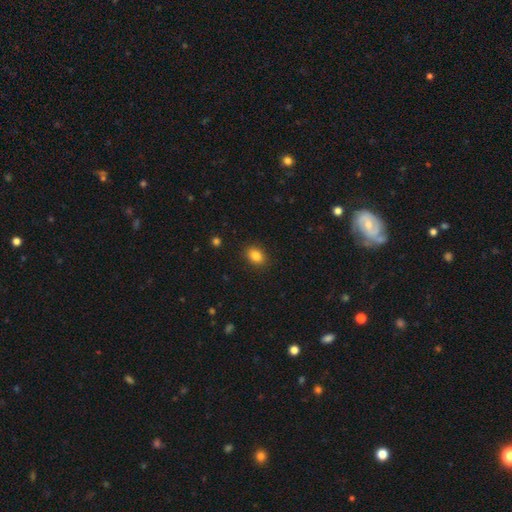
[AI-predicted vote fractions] smooth 85%, star or artifact 10%, featured or disk 5%. Down the decision tree: how rounded — in between (70%); merging — none (89%).